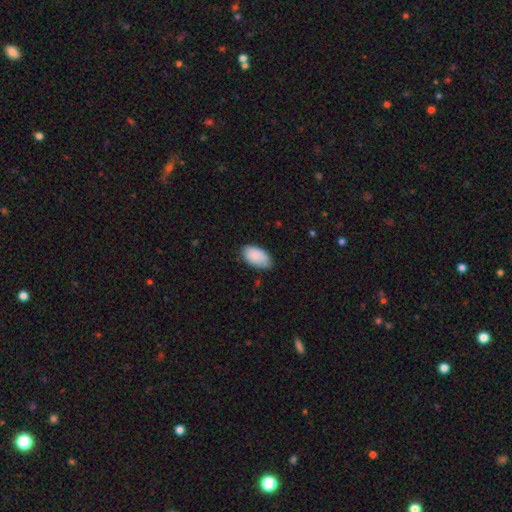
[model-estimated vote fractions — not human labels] smooth 87%, featured or disk 7%, star or artifact 6%. Down the decision tree: how rounded — in between (95%); merging — none (73%).